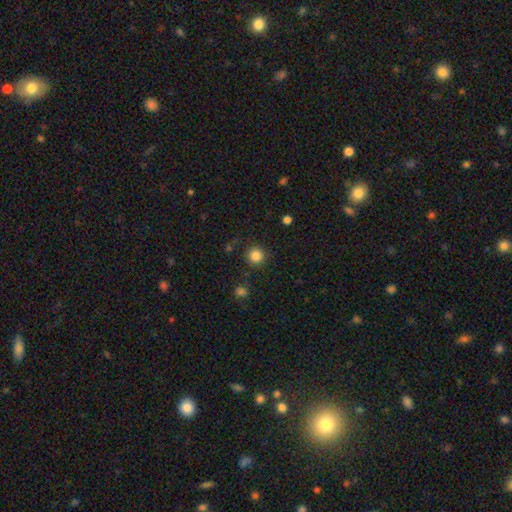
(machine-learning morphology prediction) smooth 84%, star or artifact 11%, featured or disk 4%. Down the decision tree: how rounded — round (95%); merging — none (88%).